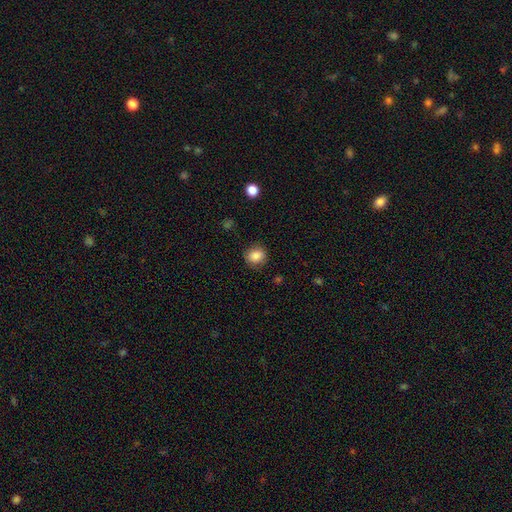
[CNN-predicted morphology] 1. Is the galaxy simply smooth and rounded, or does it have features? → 85% smooth, 9% star or artifact, 6% featured or disk.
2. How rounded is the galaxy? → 75% round, 24% in between, 1% cigar-shaped.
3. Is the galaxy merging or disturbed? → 82% none, 13% minor disturbance, 4% major disturbance, 1% merger.